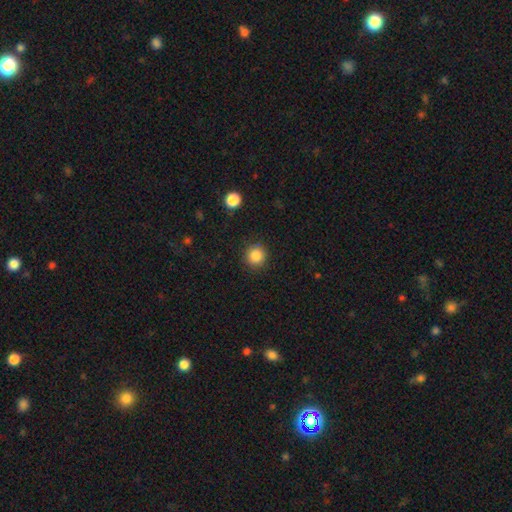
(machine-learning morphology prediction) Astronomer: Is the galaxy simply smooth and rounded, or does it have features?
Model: smooth — 86%.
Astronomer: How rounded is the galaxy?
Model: round — 94%.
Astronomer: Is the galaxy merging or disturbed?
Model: none — 91%.